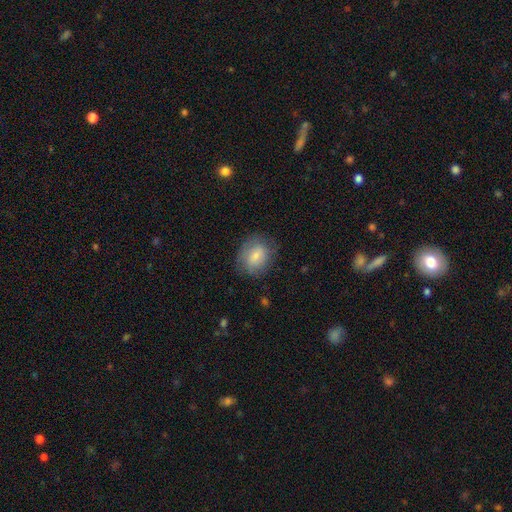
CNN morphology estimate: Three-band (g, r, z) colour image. It shows a smooth galaxy with no disk features (75%) that is in between round and cigar-shaped (51%). Merging: none (74%).